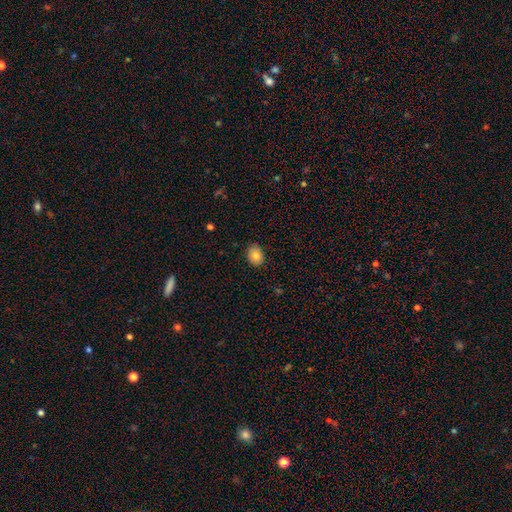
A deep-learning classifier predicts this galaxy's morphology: The model was most divided on "how rounded": in between: 58%, round: 41%, cigar-shaped: 1%. More confident: merging — none (83%); smooth or featured — smooth (82%).